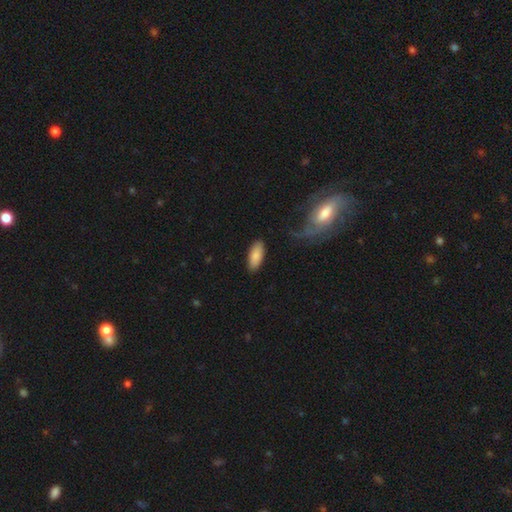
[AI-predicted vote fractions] smooth-or-featured: smooth: 86% | featured or disk: 8% | star or artifact: 6%
  how-rounded: in between: 83% | cigar-shaped: 15% | round: 2%
  merging: none: 85% | minor disturbance: 10% | major disturbance: 3% | merger: 2%